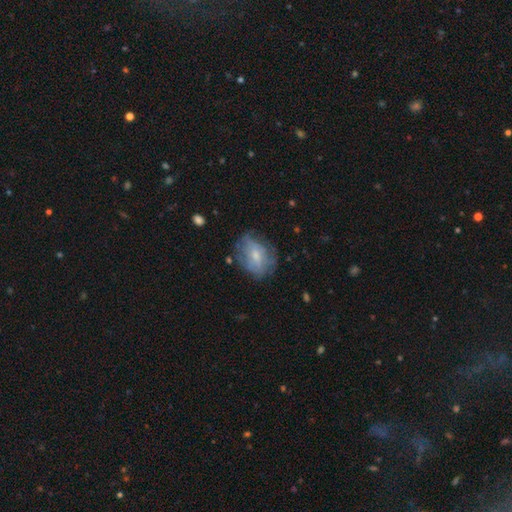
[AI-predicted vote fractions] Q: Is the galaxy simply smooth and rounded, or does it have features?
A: smooth — 50%.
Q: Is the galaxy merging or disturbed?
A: none — 57%.